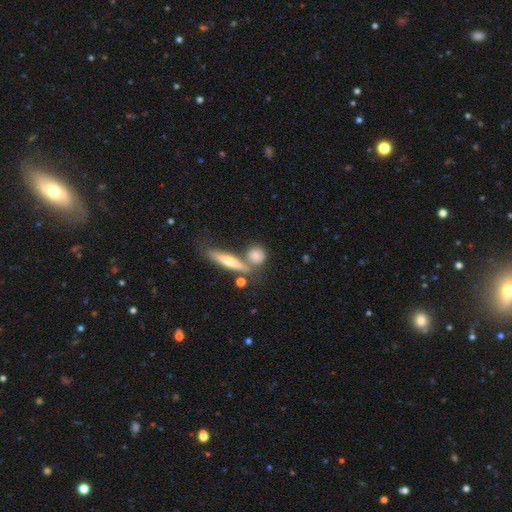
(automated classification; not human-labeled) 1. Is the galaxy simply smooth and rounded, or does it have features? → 70% smooth, 21% featured or disk, 8% star or artifact.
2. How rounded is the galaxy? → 61% round, 22% in between, 17% cigar-shaped.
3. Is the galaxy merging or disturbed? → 59% none, 23% merger, 13% minor disturbance, 5% major disturbance.